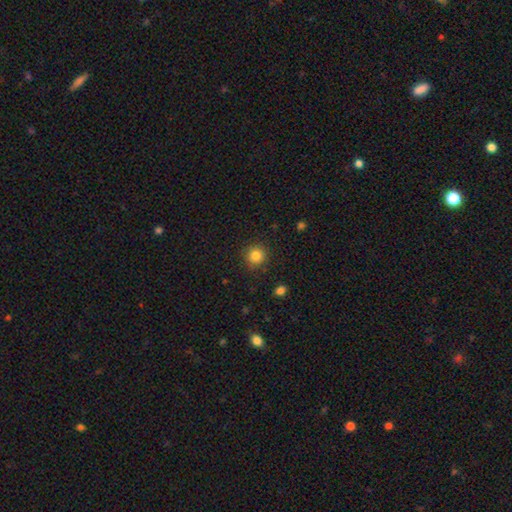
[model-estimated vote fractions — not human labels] A smooth galaxy with no disk features (83%) that is round (93%). Merging: none (89%).